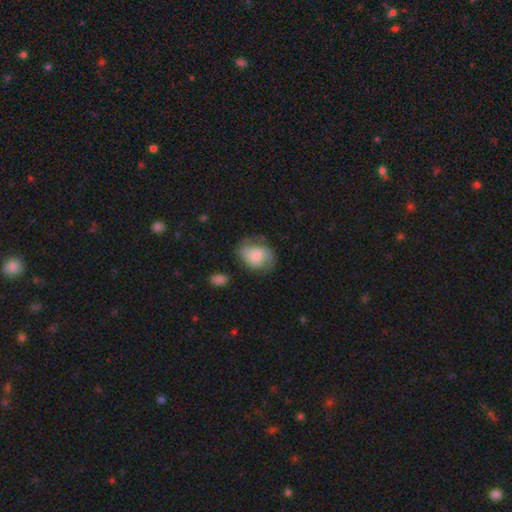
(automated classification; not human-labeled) The model was most divided on "smooth or featured": featured or disk: 47%, smooth: 46%, star or artifact: 7%. More confident: merging — none (59%).